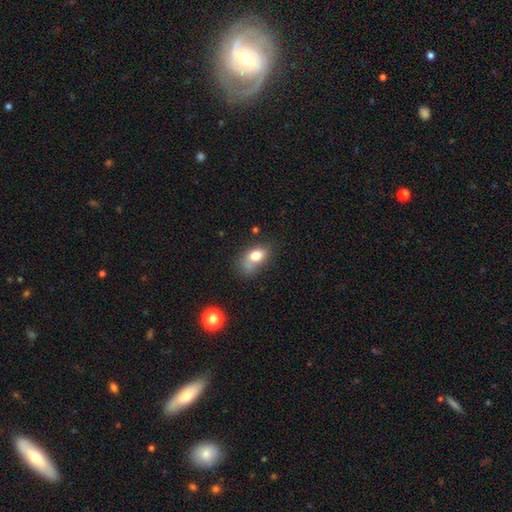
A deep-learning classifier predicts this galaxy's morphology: smooth_or_featured: smooth (p=0.76) [alt: featured or disk p=0.14]
how_rounded: in between (p=0.80) [alt: round p=0.17]
merging: none (p=0.39) [alt: minor disturbance p=0.32]